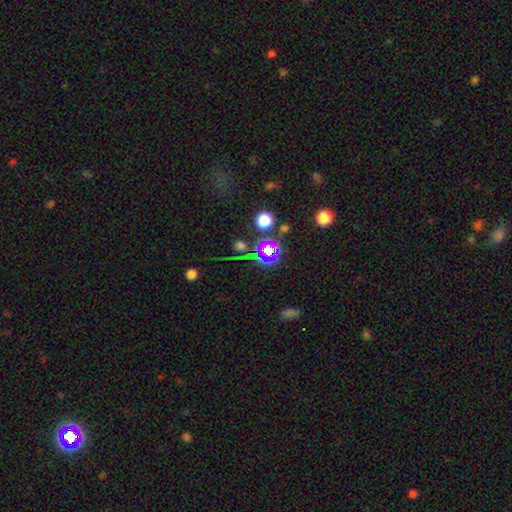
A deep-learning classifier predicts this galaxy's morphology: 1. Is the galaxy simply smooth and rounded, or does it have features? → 63% star or artifact, 25% smooth, 11% featured or disk.